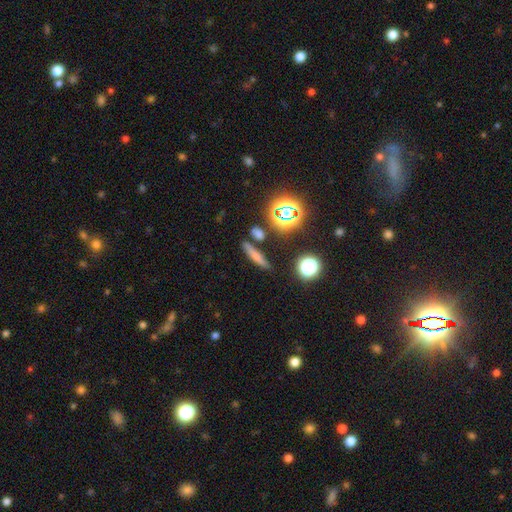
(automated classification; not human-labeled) smooth-or-featured: smooth: 60% | featured or disk: 22% | star or artifact: 18%
  how-rounded: cigar-shaped: 79% | in between: 11% | round: 10%
  merging: none: 81% | minor disturbance: 9% | merger: 7% | major disturbance: 3%